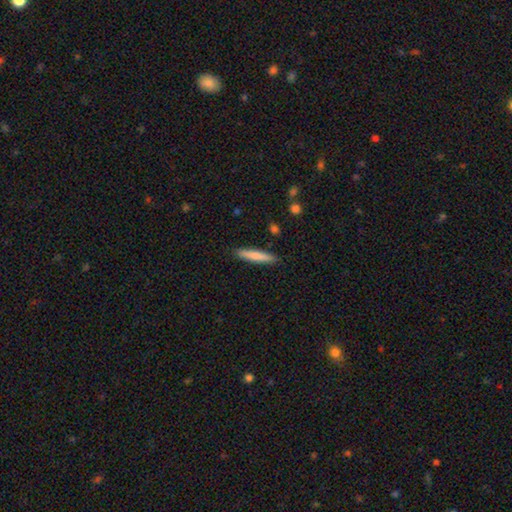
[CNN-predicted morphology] A smooth galaxy with no disk features (78%) that is cigar-shaped (91%).

Vote fractions:
- Smooth or featured? smooth: 78% / featured or disk: 16% / star or artifact: 6%
- How rounded? cigar-shaped: 91% / in between: 7% / round: 1%
- Merging? none: 90% / minor disturbance: 7% / major disturbance: 2% / merger: 1%